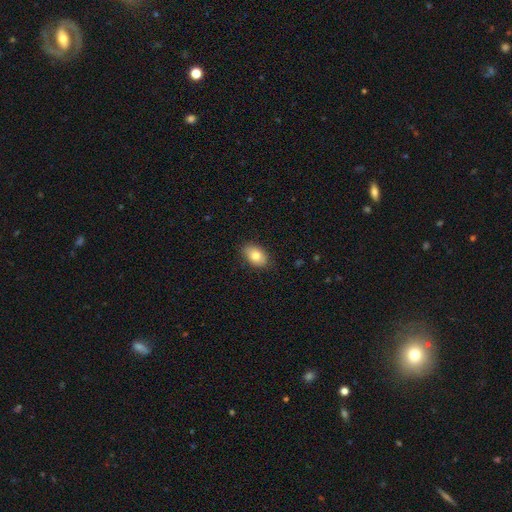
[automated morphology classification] A smooth galaxy with no disk features (82%) that is in between round and cigar-shaped (87%). Merging: none (85%).